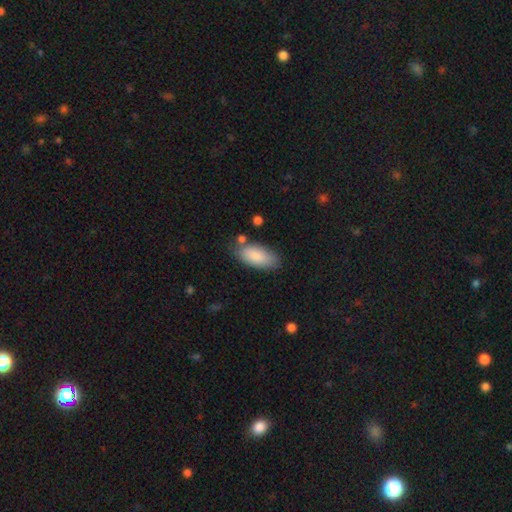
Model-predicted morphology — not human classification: Smooth or featured: smooth — 87% (featured or disk — 7%)
How rounded: in between — 90% (cigar-shaped — 8%)
Merging: none — 74% (minor disturbance — 16%)